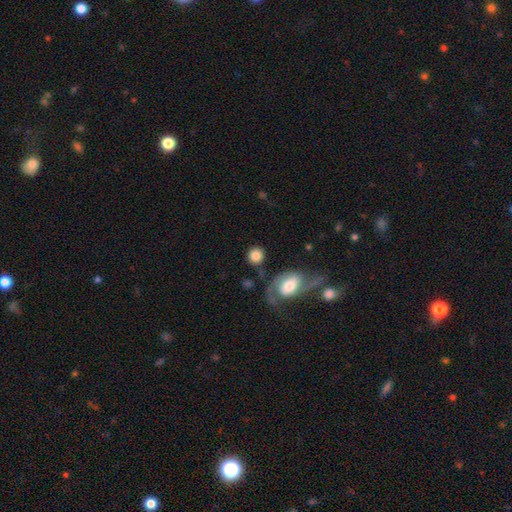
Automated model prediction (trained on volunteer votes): Smooth or featured? smooth (80%)
How rounded? round (87%)
Merging? none (74%)